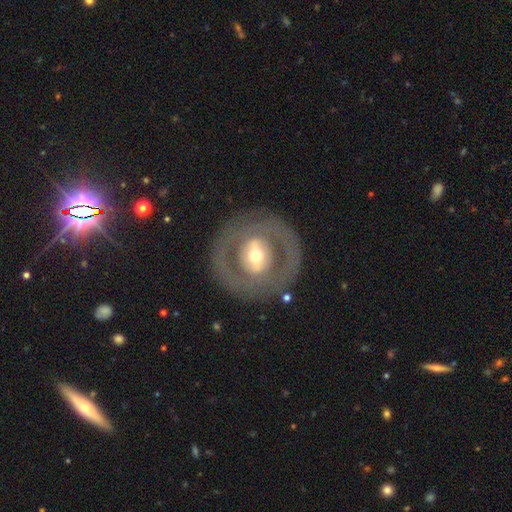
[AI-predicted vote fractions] A featured or disk galaxy (67%) with a strong bar (37%), no spiral arms (76%) and a moderate central bulge (64%).

Vote fractions:
- Smooth or featured? featured or disk: 67% / smooth: 27% / star or artifact: 6%
- Edge-on disk? no: 93% / yes: 7%
- Bar? strong: 37% / no: 32% / weak: 31%
- Spiral arms? no: 76% / yes: 24%
- Bulge size? moderate: 64% / small: 20% / large: 13% / dominant: 2% / none: 1%
- Merging? none: 81% / minor disturbance: 9% / major disturbance: 8% / merger: 1%